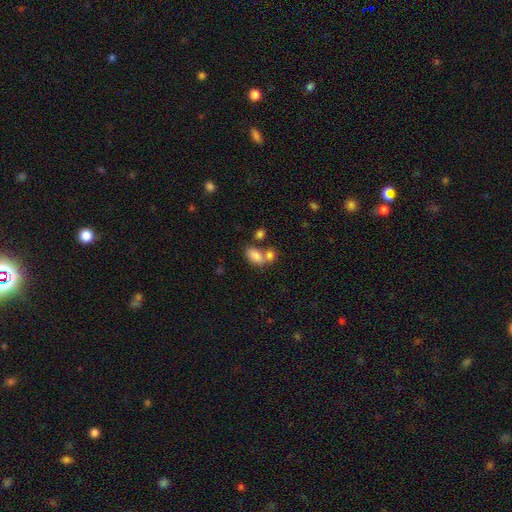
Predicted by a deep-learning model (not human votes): Morphology: type=smooth (81%); roundness=in between (89%); merging=merger (46%).